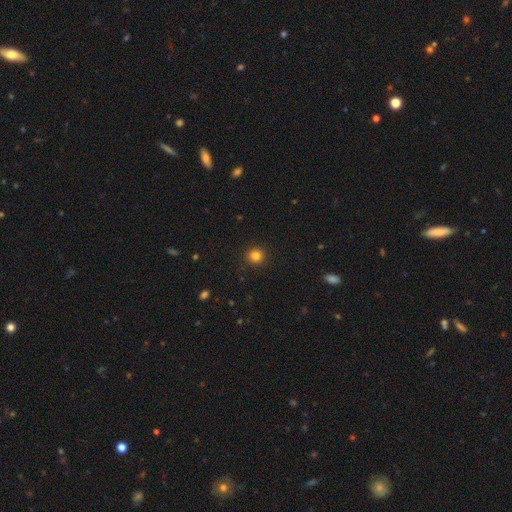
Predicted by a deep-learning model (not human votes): A smooth galaxy with no disk features (83%) that is round (94%).

Vote fractions:
- Smooth or featured? smooth: 83% / star or artifact: 13% / featured or disk: 5%
- How rounded? round: 94% / in between: 5% / cigar-shaped: 1%
- Merging? none: 92% / minor disturbance: 5% / major disturbance: 2% / merger: 1%